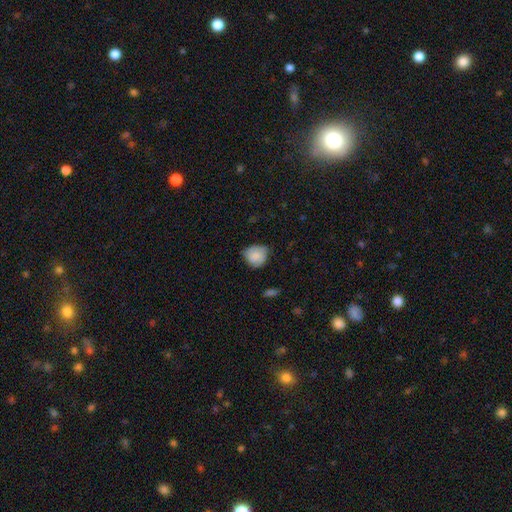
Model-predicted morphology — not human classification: Overall: smooth (81%). How rounded: round (75%). Merging: none (59%; minor disturbance 33%).